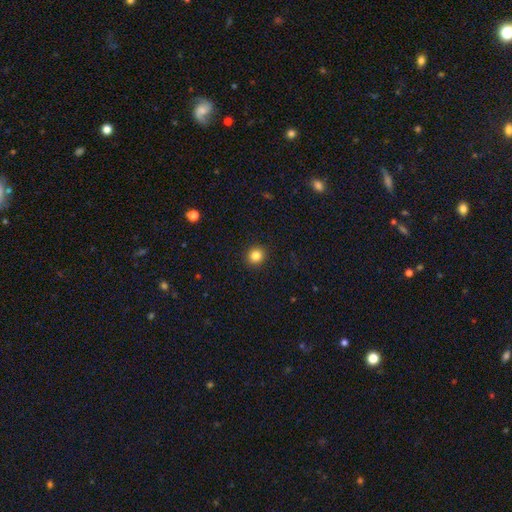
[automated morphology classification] Smooth or featured: smooth — 84% (star or artifact — 11%)
How rounded: round — 90% (in between — 9%)
Merging: none — 92% (minor disturbance — 5%)